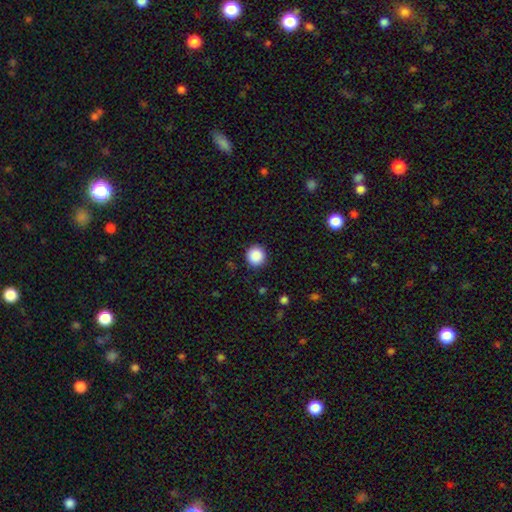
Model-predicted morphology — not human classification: This appears to be a smooth galaxy with no disk features (88%) that is round (95%). Merging: none (91%).